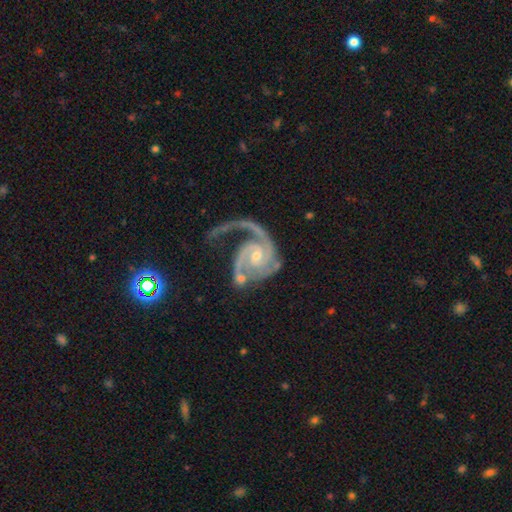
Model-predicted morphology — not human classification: Smooth or featured?
  - featured or disk: 93% *
  - star or artifact: 4%
  - smooth: 3%
Edge-on disk?
  - no: 98% *
  - yes: 2%
Bar?
  - no: 58% *
  - weak: 32%
  - strong: 10%
Spiral arms?
  - yes: 98% *
  - no: 2%
Spiral winding?
  - medium: 49% *
  - tight: 35%
  - loose: 16%
Spiral arm count?
  - 2: 63% *
  - 3: 15%
  - 1: 10%
  - can't tell: 5%
  - 4: 3%
  - more than 4: 3%
Bulge size?
  - small: 60% *
  - moderate: 37%
  - none: 2%
  - large: 1%
  - dominant: 1%
Merging?
  - none: 38% *
  - major disturbance: 33%
  - minor disturbance: 19%
  - merger: 10%